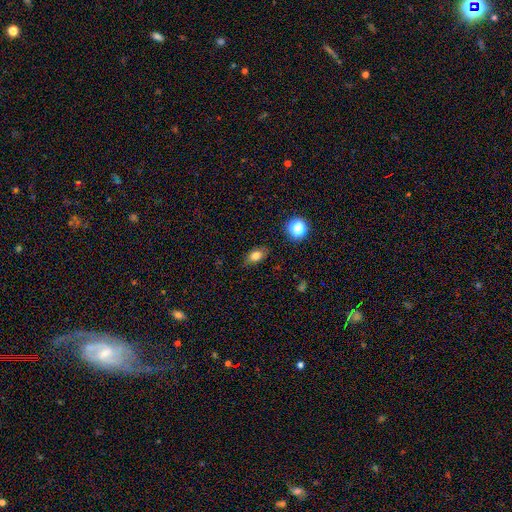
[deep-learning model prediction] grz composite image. It shows a smooth galaxy with no disk features (78%) that is in between round and cigar-shaped (80%). Merging: none (80%).